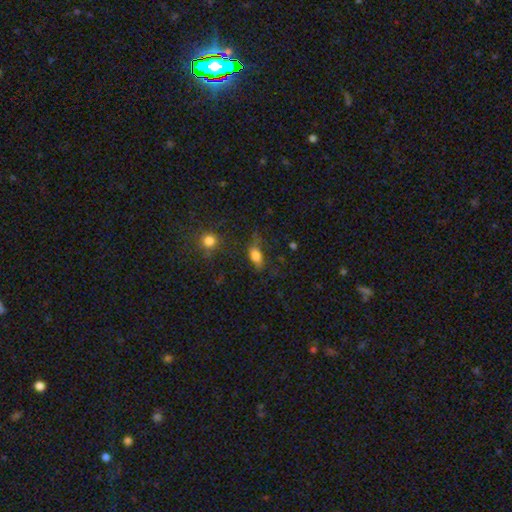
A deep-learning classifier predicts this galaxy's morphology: Smooth or featured: smooth — 75% (featured or disk — 14%)
How rounded: in between — 80% (cigar-shaped — 11%)
Merging: none — 59% (minor disturbance — 25%)